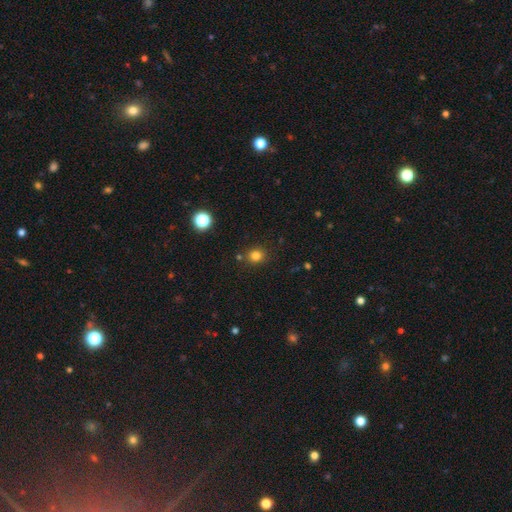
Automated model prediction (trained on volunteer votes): The model was most divided on "smooth or featured": smooth: 80%, star or artifact: 15%, featured or disk: 5%. More confident: merging — none (83%); how rounded — round (83%).